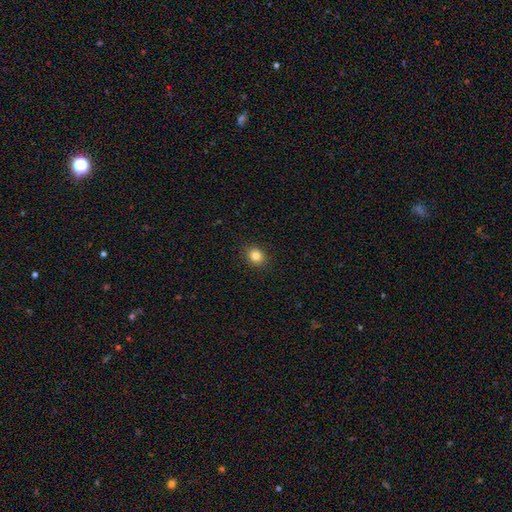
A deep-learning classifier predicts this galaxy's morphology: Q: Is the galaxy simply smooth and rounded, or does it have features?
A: smooth — 83%.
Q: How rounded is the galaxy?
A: round — 68%.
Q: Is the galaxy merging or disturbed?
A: none — 90%.